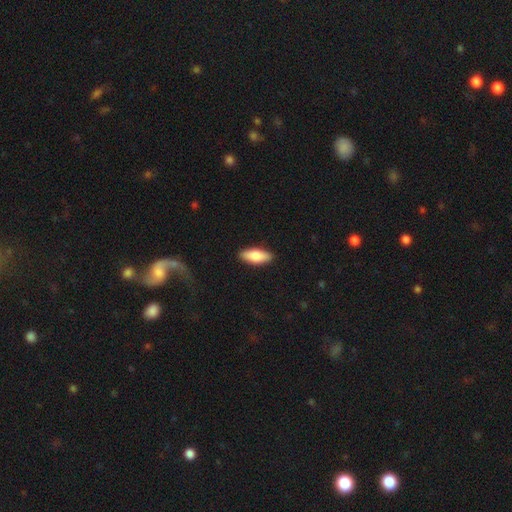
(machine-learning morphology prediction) Overall: smooth (80%). How rounded: in between (75%). Merging: none (89%).